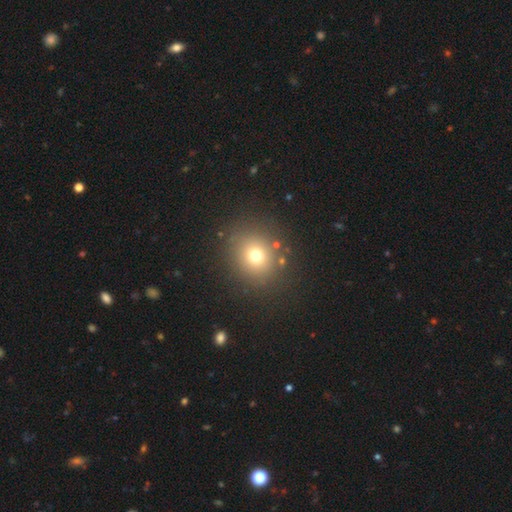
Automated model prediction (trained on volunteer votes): Overall: smooth (71%). How rounded: round (80%). Merging: none (85%).